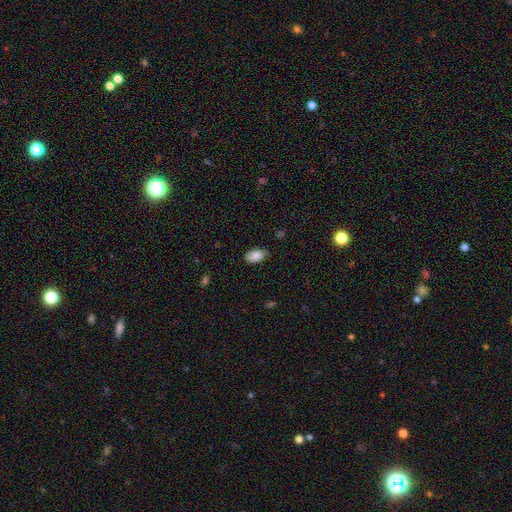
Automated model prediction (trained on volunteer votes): Smooth or featured: smooth — 83% (featured or disk — 9%)
How rounded: in between — 93% (round — 5%)
Merging: none — 75% (minor disturbance — 20%)